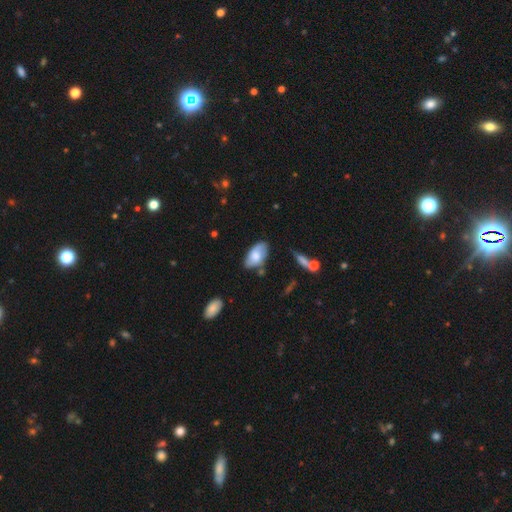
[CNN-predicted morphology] Smooth or featured: smooth — 66% (featured or disk — 27%)
How rounded: in between — 94% (round — 4%)
Merging: none — 63% (minor disturbance — 26%)